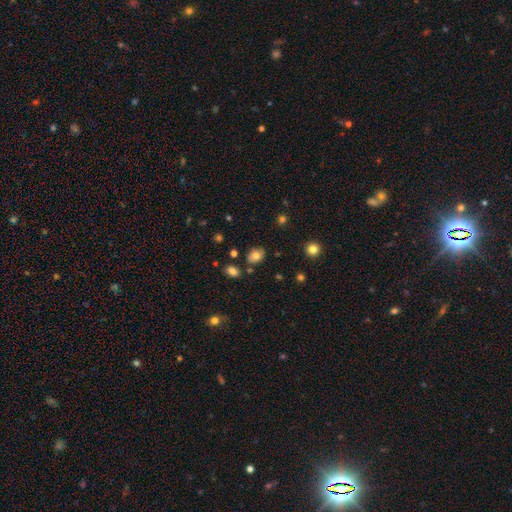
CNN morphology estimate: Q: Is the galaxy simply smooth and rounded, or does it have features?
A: smooth — 76%.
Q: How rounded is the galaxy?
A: in between — 66%.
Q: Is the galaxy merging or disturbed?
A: none — 78%.